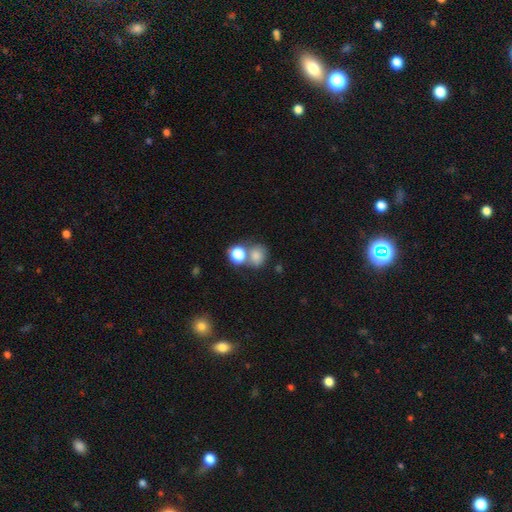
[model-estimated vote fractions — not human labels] A smooth galaxy with no disk features (77%) that is round (64%). Merging: none (45%).